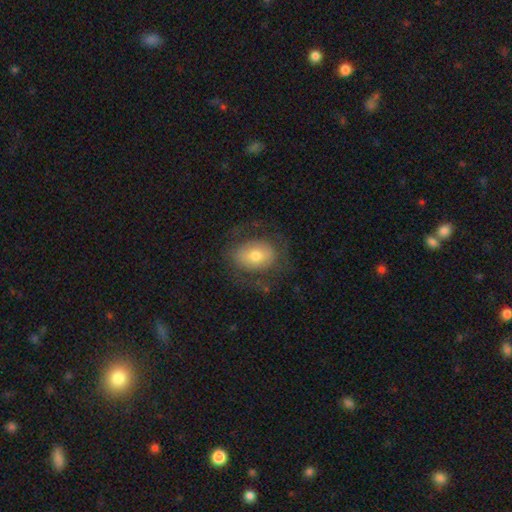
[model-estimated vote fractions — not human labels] Smooth or featured? Predicted: smooth (p=0.56). How rounded? Predicted: in between (p=0.65). Merging? Predicted: none (p=0.65).